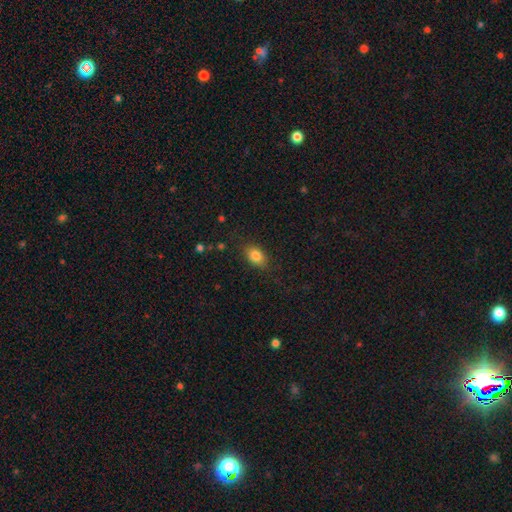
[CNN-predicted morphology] smooth 83%, star or artifact 9%, featured or disk 8%. Down the decision tree: how rounded — in between (79%); merging — none (82%).